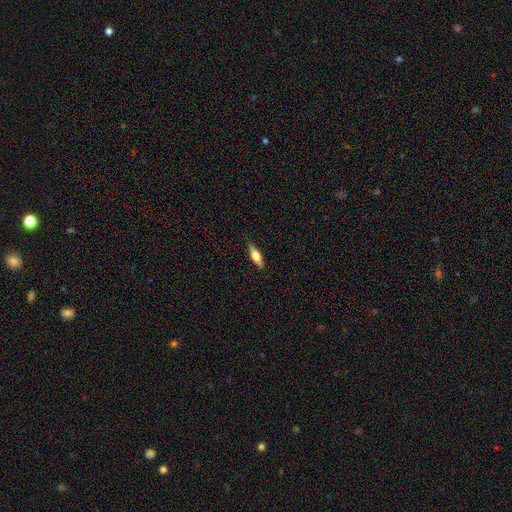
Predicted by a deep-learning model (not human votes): smooth 54%, featured or disk 39%, star or artifact 7%. Down the decision tree: how rounded — in between (55%); merging — none (82%).